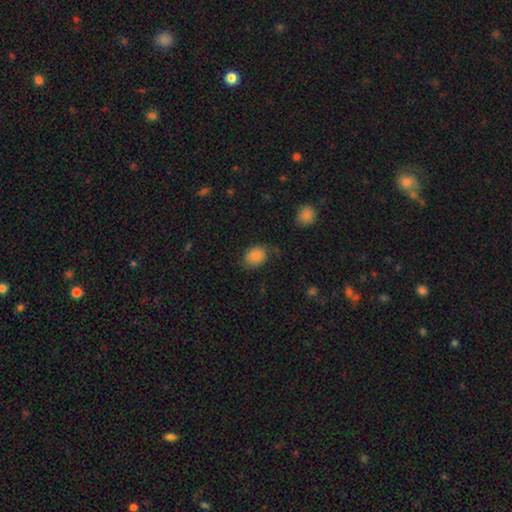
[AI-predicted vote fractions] smooth 81%, featured or disk 10%, star or artifact 9%. Down the decision tree: how rounded — in between (60%); merging — none (68%).